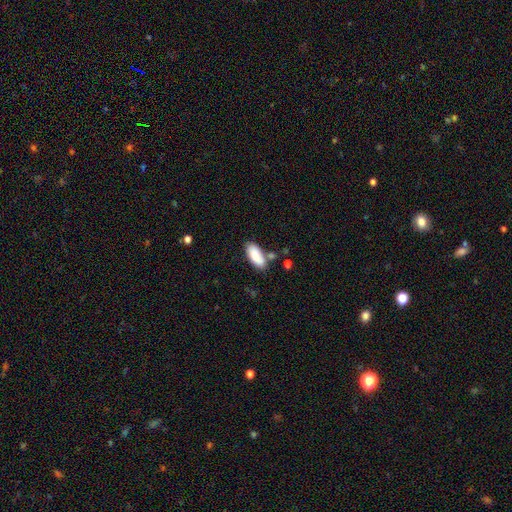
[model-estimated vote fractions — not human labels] Smooth or featured? Predicted: smooth (p=0.86). How rounded? Predicted: in between (p=0.87). Merging? Predicted: none (p=0.66).